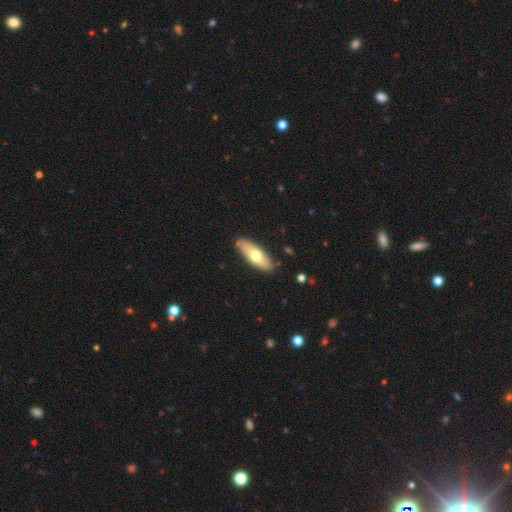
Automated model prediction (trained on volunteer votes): smooth_or_featured: smooth (p=0.62) [alt: featured or disk p=0.33]
how_rounded: in between (p=0.61) [alt: cigar-shaped p=0.37]
merging: none (p=0.86) [alt: minor disturbance p=0.11]